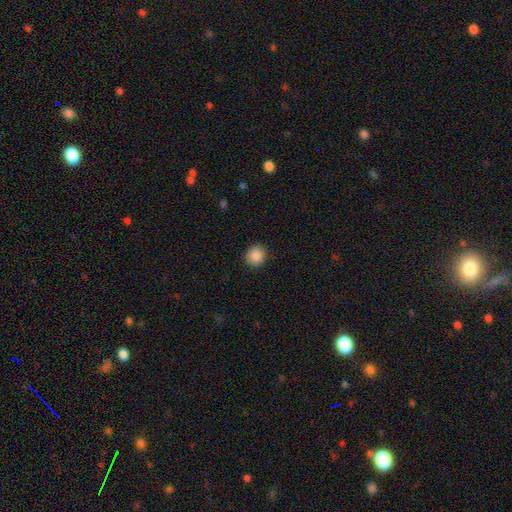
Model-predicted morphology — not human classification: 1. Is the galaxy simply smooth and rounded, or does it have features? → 88% smooth, 9% star or artifact, 4% featured or disk.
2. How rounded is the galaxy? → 90% round, 9% in between, 1% cigar-shaped.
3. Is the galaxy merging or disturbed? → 92% none, 5% minor disturbance, 2% major disturbance, 1% merger.